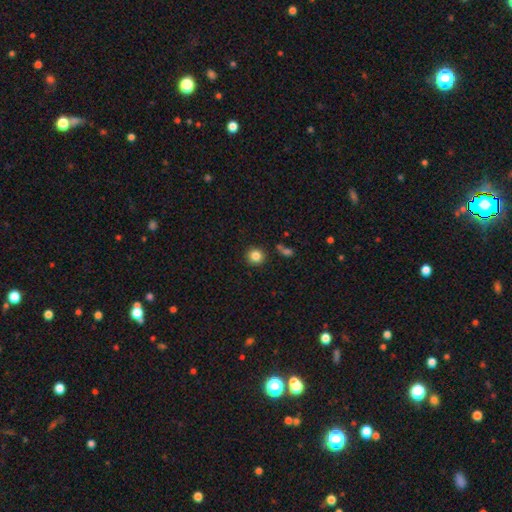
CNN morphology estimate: smooth 84%, star or artifact 11%, featured or disk 5%. Down the decision tree: how rounded — round (93%); merging — none (87%).